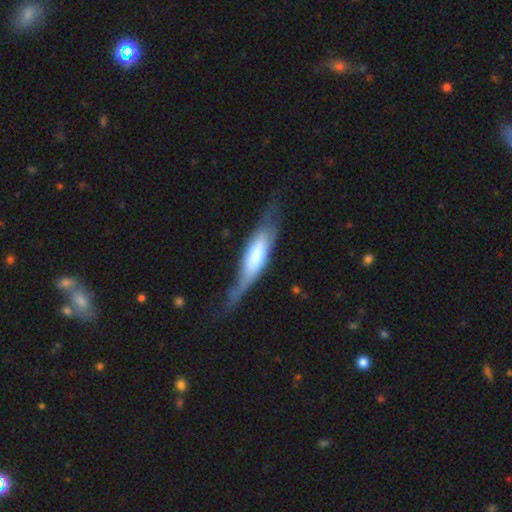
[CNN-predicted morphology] A featured or disk galaxy (52%) viewed edge-on (65%). Merging: none (48%).